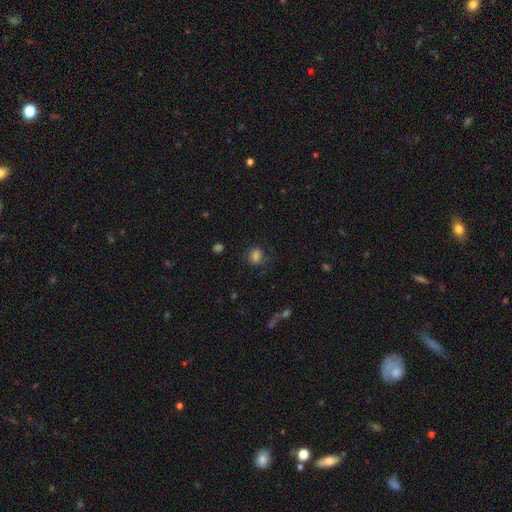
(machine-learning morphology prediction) Overall: smooth (79%). How rounded: round (54%; in between 44%). Merging: none (73%).